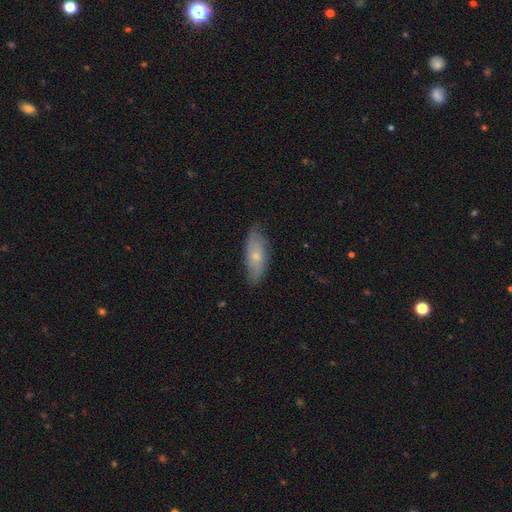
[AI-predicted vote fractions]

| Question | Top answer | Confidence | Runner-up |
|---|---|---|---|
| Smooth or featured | smooth | 60% | featured or disk (33%) |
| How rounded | in between | 70% | cigar-shaped (27%) |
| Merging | none | 76% | minor disturbance (20%) |